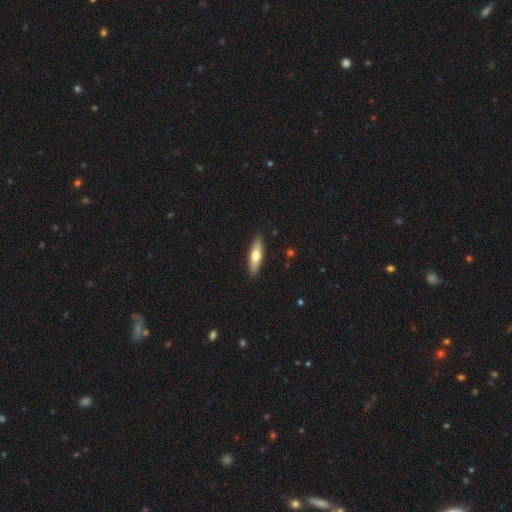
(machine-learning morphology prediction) Smooth or featured: smooth — 59% (featured or disk — 35%)
How rounded: cigar-shaped — 67% (in between — 31%)
Merging: none — 90% (minor disturbance — 7%)